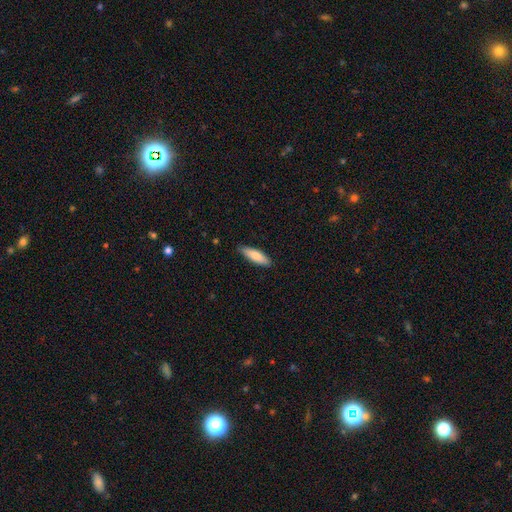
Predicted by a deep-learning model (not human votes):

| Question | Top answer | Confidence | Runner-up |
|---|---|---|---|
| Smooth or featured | smooth | 81% | featured or disk (14%) |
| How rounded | cigar-shaped | 56% | in between (43%) |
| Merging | none | 86% | minor disturbance (11%) |